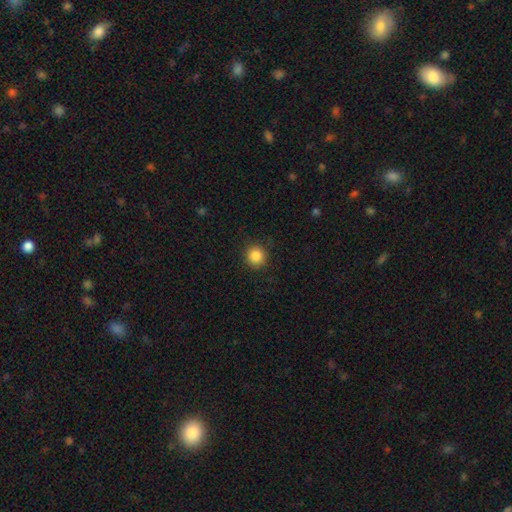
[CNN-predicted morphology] Smooth or featured: smooth — 86% (star or artifact — 10%)
How rounded: round — 94% (in between — 6%)
Merging: none — 89% (minor disturbance — 7%)